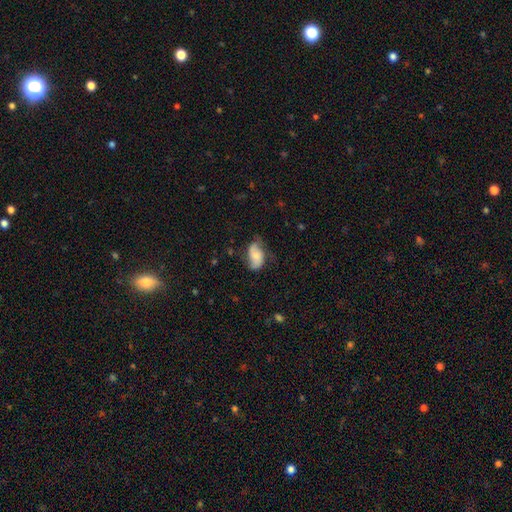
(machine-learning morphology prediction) Smooth or featured? featured or disk (52%)
Edge-on disk? no (95%)
Merging? none (57%)